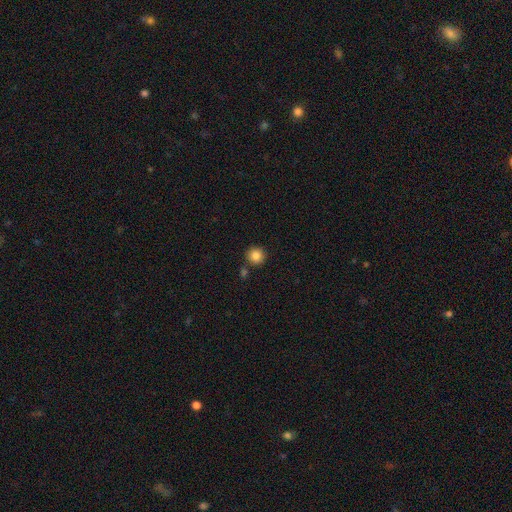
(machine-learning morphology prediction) smooth_or_featured: smooth (p=0.84) [alt: star or artifact p=0.10]
how_rounded: round (p=0.94) [alt: in between p=0.05]
merging: none (p=0.83) [alt: merger p=0.08]